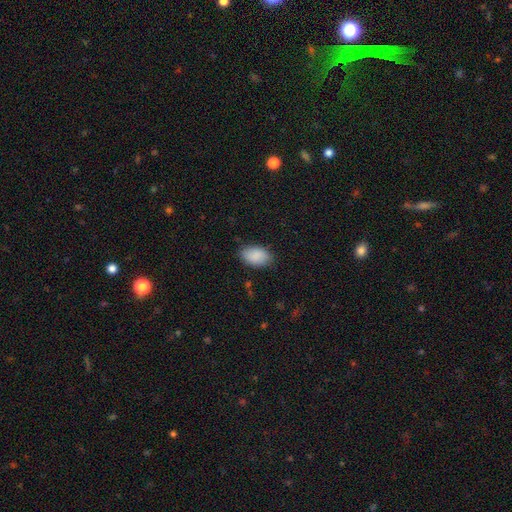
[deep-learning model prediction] Smooth or featured? Predicted: smooth (p=0.89). How rounded? Predicted: in between (p=0.92). Merging? Predicted: none (p=0.84).